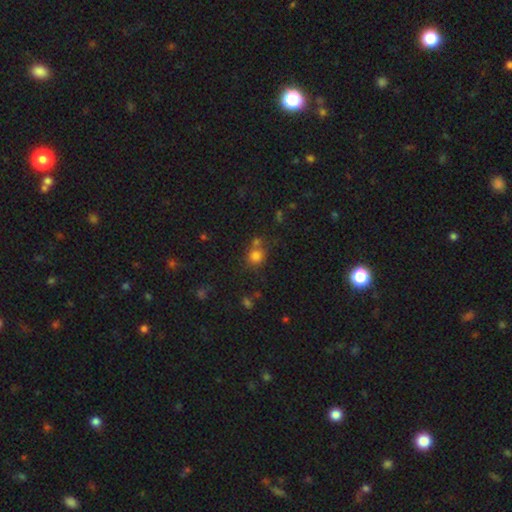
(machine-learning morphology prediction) This appears to be a smooth galaxy with no disk features (78%) that is round (83%). Merging: none (60%).